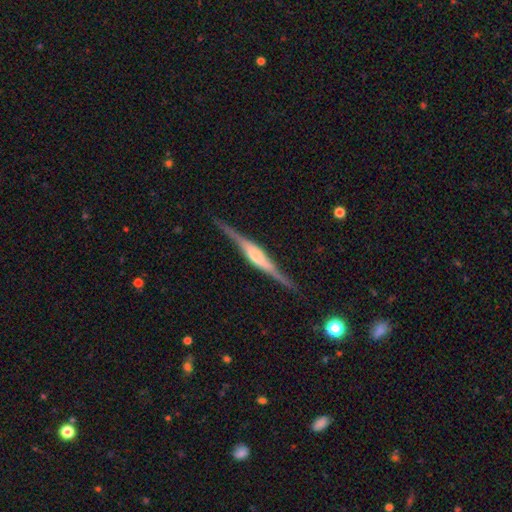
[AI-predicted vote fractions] smooth_or_featured: featured or disk (p=0.81) [alt: smooth p=0.14]
disk_edge_on: yes (p=0.97) [alt: no p=0.03]
edge_on_bulge: rounded (p=0.50) [alt: boxy p=0.41]
merging: none (p=0.84) [alt: minor disturbance p=0.12]